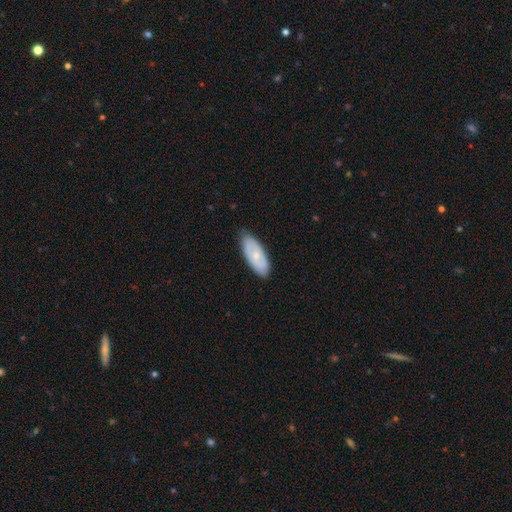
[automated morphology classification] smooth_or_featured: smooth (p=0.56) [alt: featured or disk p=0.38]
how_rounded: in between (p=0.81) [alt: cigar-shaped p=0.17]
merging: none (p=0.79) [alt: minor disturbance p=0.17]